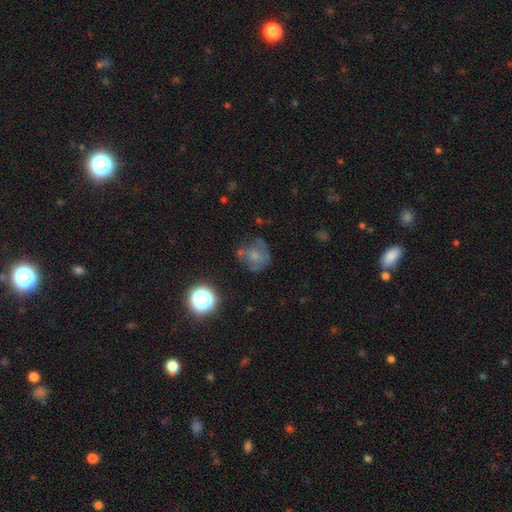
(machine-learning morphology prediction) Q: Smooth or featured?
A: smooth (53%); runner-up: featured or disk (32%)
Q: How rounded?
A: round (78%); runner-up: in between (20%)
Q: Merging?
A: none (49%); runner-up: minor disturbance (26%)